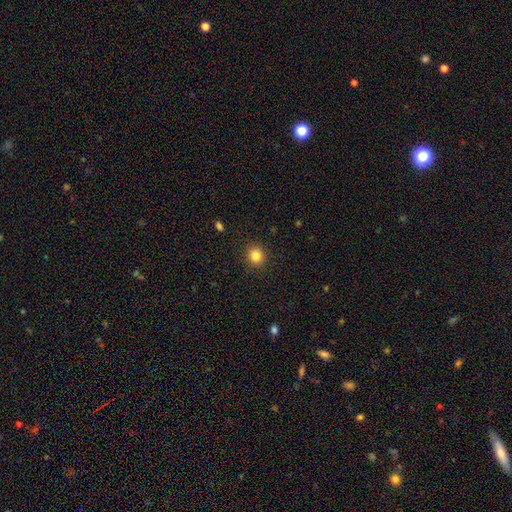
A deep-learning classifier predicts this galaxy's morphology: This is clearly a smooth galaxy (83%). How rounded: clearly round (89%). Merging: clearly none (91%).